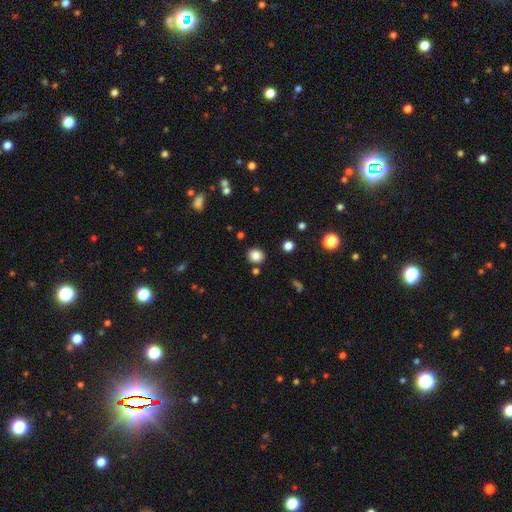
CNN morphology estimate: smooth_or_featured: smooth (p=0.84) [alt: star or artifact p=0.11]
how_rounded: round (p=0.81) [alt: in between p=0.18]
merging: none (p=0.86) [alt: minor disturbance p=0.07]